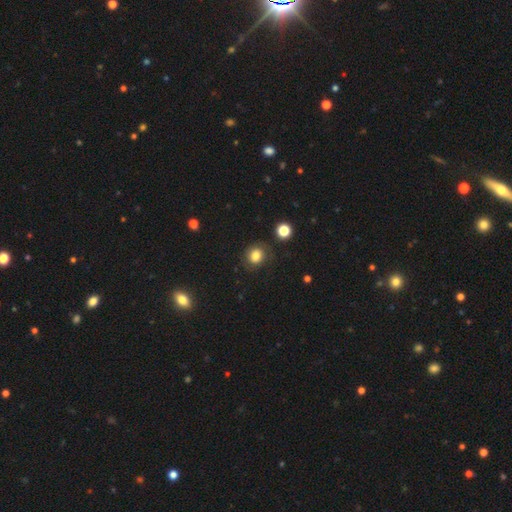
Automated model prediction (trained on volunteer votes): Smooth or featured?
  - smooth: 80% *
  - star or artifact: 11%
  - featured or disk: 9%
How rounded?
  - round: 76% *
  - in between: 23%
  - cigar-shaped: 1%
Merging?
  - none: 80% *
  - minor disturbance: 13%
  - major disturbance: 5%
  - merger: 2%